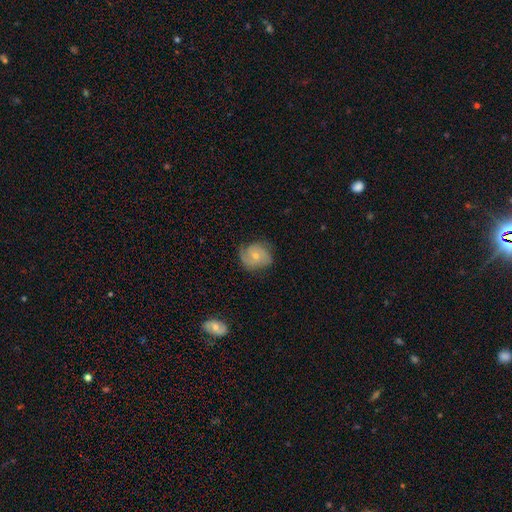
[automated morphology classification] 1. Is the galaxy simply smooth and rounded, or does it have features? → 65% featured or disk, 29% smooth, 7% star or artifact.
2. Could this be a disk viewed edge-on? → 97% no, 3% yes.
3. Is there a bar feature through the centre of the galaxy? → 73% no, 24% weak, 4% strong.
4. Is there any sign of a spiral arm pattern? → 90% yes, 10% no.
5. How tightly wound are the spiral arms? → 44% tight, 40% medium, 16% loose.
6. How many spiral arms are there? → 56% 2, 18% can't tell, 11% 1, 11% 3, 2% 4, 2% more than 4.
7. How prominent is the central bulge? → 54% small, 42% moderate, 2% none, 2% large, 1% dominant.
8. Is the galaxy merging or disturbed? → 67% none, 23% minor disturbance, 9% major disturbance, 1% merger.